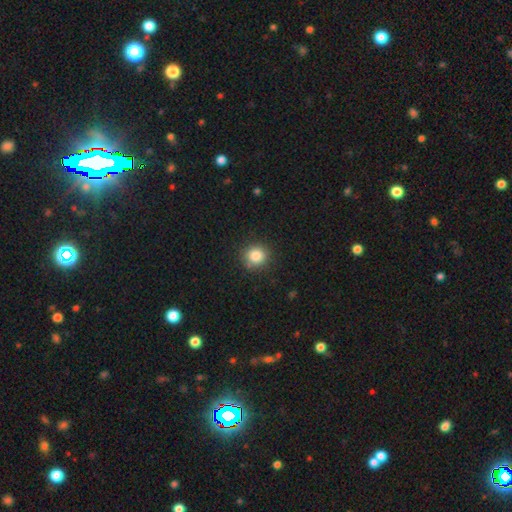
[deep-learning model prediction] A smooth galaxy with no disk features (84%) that is round (89%).

Vote fractions:
- Smooth or featured? smooth: 84% / star or artifact: 10% / featured or disk: 5%
- How rounded? round: 89% / in between: 10% / cigar-shaped: 1%
- Merging? none: 87% / minor disturbance: 9% / major disturbance: 2% / merger: 2%